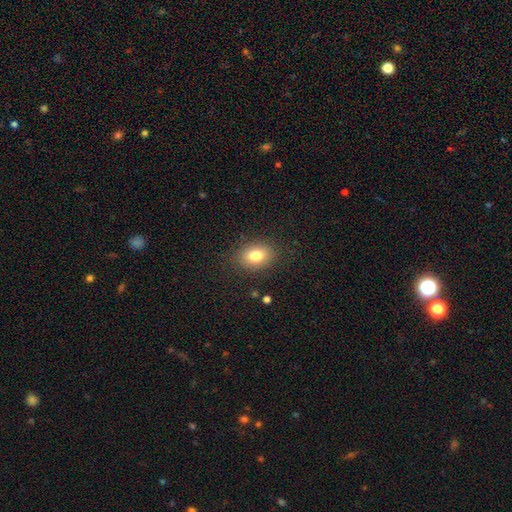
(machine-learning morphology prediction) A smooth galaxy with no disk features (80%) that is in between round and cigar-shaped (66%). Merging: none (84%).